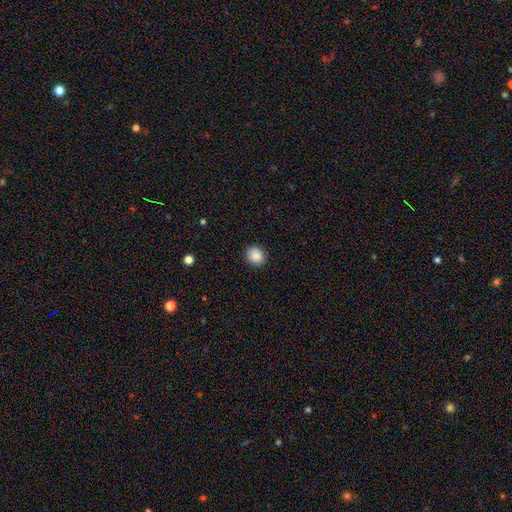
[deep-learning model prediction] Smooth or featured: smooth — 88% (star or artifact — 9%)
How rounded: round — 79% (in between — 20%)
Merging: none — 91% (minor disturbance — 6%)